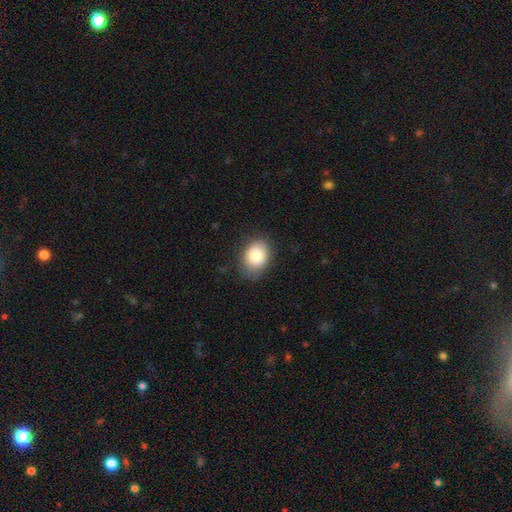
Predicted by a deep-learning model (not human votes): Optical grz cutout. It shows a smooth galaxy with no disk features (85%) that is in between round and cigar-shaped (65%). Merging: none (79%).